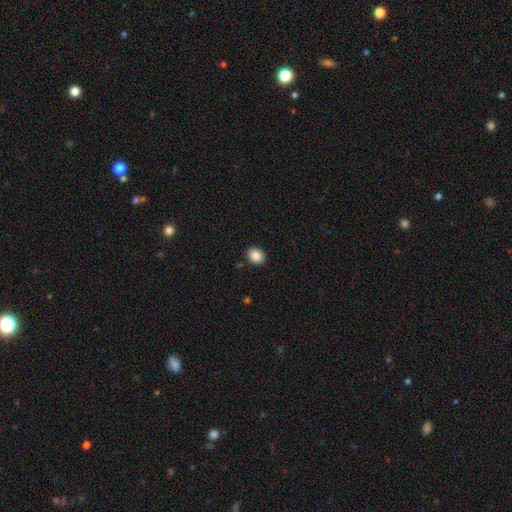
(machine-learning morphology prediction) smooth 87%, star or artifact 9%, featured or disk 4%. Down the decision tree: how rounded — round (58%); merging — none (88%).